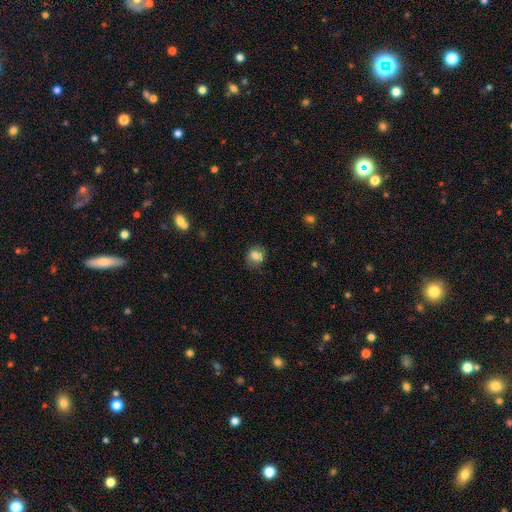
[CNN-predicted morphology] A smooth galaxy with no disk features (81%) that is round (69%).

Vote fractions:
- Smooth or featured? smooth: 81% / featured or disk: 10% / star or artifact: 9%
- How rounded? round: 69% / in between: 30% / cigar-shaped: 1%
- Merging? none: 79% / minor disturbance: 16% / major disturbance: 4% / merger: 1%